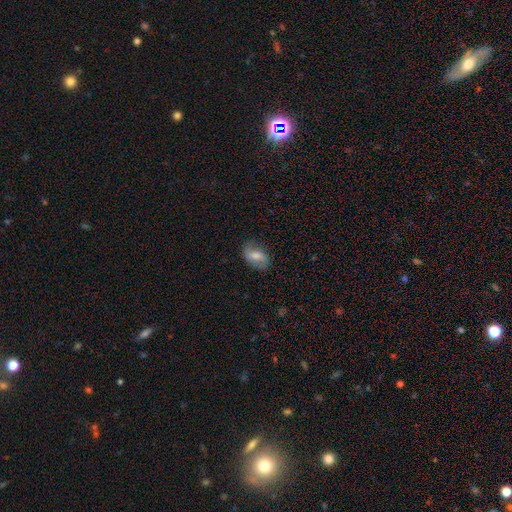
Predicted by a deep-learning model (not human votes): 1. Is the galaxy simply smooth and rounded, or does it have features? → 49% featured or disk, 43% smooth, 8% star or artifact.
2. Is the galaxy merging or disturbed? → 77% none, 17% minor disturbance, 5% major disturbance, 1% merger.